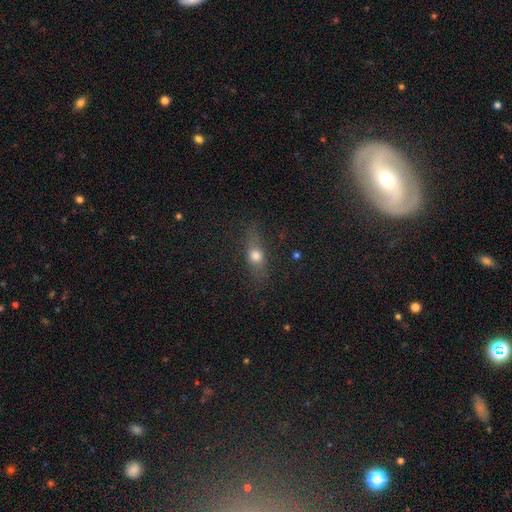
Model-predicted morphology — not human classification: Overall: smooth (57%; featured or disk 30%). How rounded: in between (43%; cigar-shaped 42%). Merging: none (78%).